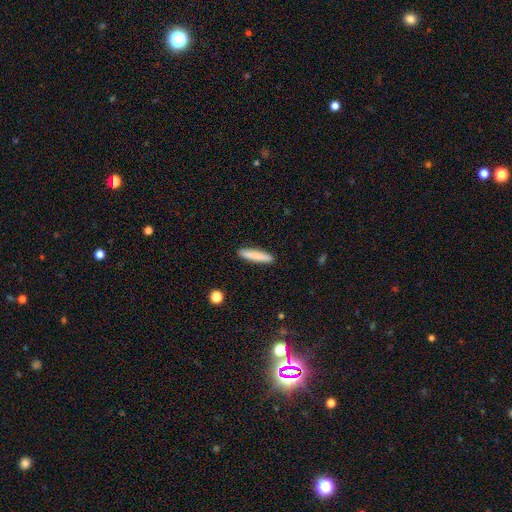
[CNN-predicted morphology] This appears to be a smooth galaxy with no disk features (84%) that is cigar-shaped (89%). Merging: none (91%).